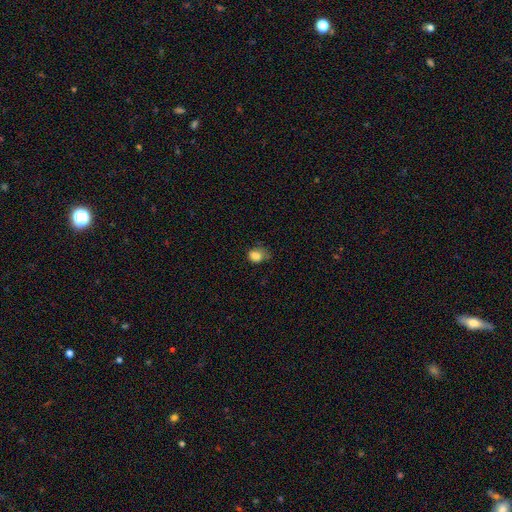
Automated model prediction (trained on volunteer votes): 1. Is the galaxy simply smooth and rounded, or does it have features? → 84% smooth, 11% star or artifact, 6% featured or disk.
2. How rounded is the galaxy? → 51% in between, 48% round, 1% cigar-shaped.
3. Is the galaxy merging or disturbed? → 47% none, 36% minor disturbance, 15% major disturbance, 2% merger.